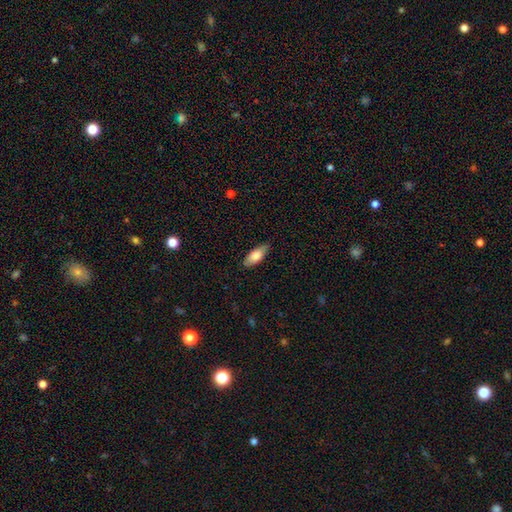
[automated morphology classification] smooth-or-featured: smooth: 77% | featured or disk: 17% | star or artifact: 6%
  how-rounded: in between: 79% | cigar-shaped: 19% | round: 2%
  merging: none: 80% | minor disturbance: 16% | major disturbance: 3% | merger: 1%